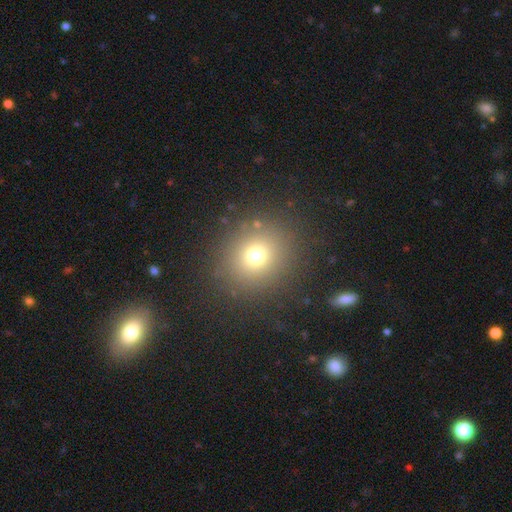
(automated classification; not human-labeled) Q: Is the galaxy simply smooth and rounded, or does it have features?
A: smooth — 70%.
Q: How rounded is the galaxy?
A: round — 82%.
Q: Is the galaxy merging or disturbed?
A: none — 85%.